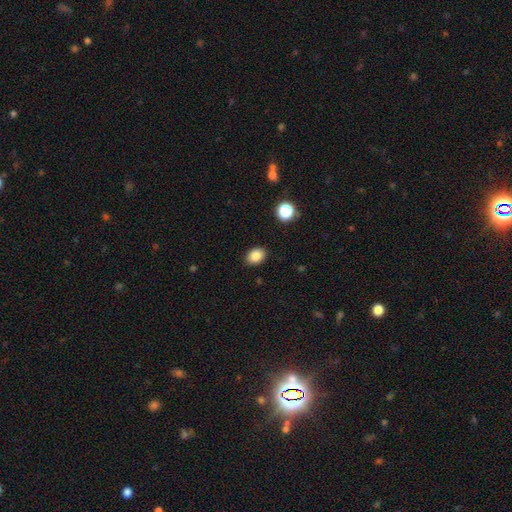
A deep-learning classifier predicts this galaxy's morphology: Q: Smooth or featured?
A: smooth (85%); runner-up: star or artifact (10%)
Q: How rounded?
A: in between (64%); runner-up: round (35%)
Q: Merging?
A: none (89%); runner-up: minor disturbance (8%)